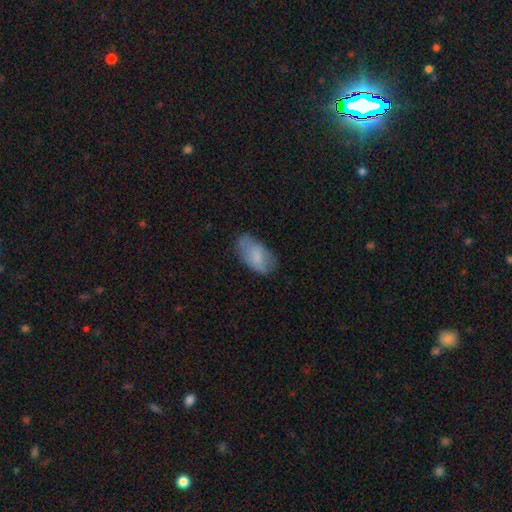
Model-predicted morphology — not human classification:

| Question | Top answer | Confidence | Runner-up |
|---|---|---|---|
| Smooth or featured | smooth | 74% | featured or disk (19%) |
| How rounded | in between | 94% | round (3%) |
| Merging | none | 68% | minor disturbance (24%) |